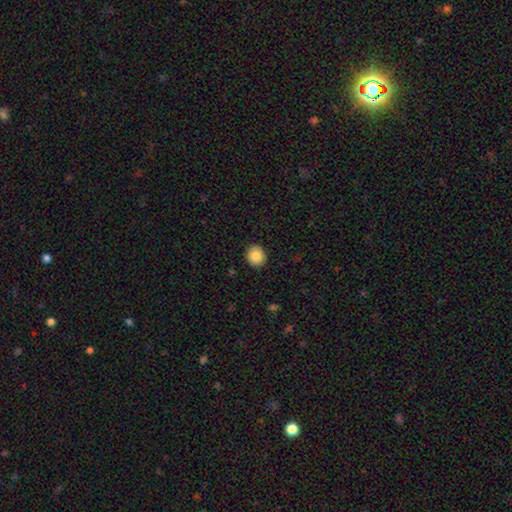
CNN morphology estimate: Smooth or featured?
  - smooth: 86% *
  - star or artifact: 8%
  - featured or disk: 5%
How rounded?
  - round: 74% *
  - in between: 25%
  - cigar-shaped: 1%
Merging?
  - none: 91% *
  - minor disturbance: 6%
  - major disturbance: 2%
  - merger: 1%